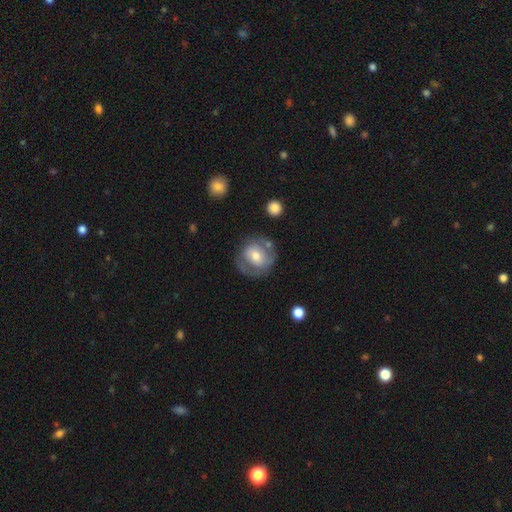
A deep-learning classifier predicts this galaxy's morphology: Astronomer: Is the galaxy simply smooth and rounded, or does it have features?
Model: smooth — 47%, tied with featured or disk at 47%.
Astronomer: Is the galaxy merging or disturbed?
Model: none — 62%.